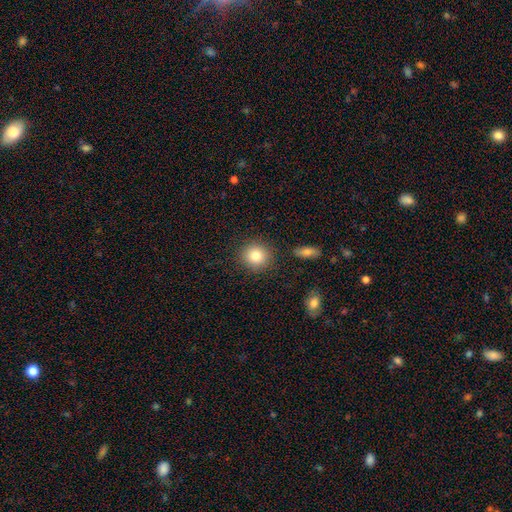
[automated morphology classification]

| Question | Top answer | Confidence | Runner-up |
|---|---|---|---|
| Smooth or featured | smooth | 82% | star or artifact (10%) |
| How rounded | round | 89% | in between (10%) |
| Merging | none | 87% | minor disturbance (8%) |